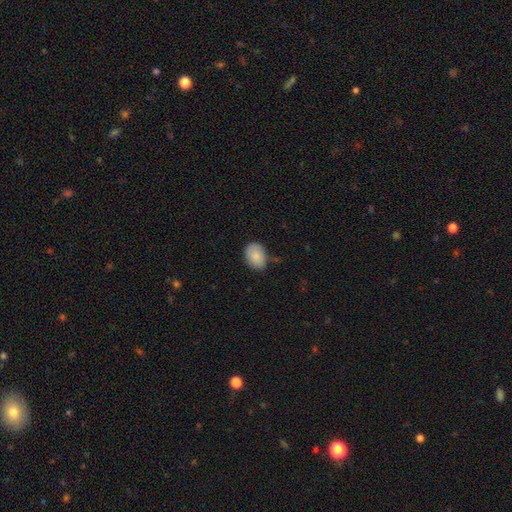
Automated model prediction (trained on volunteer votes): A smooth galaxy with no disk features (86%) that is in between round and cigar-shaped (75%). Merging: none (72%).